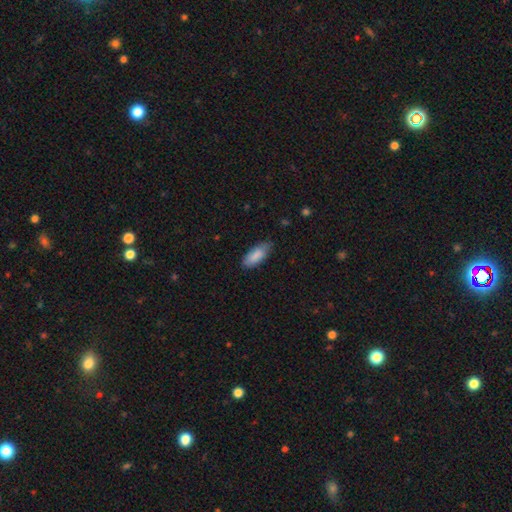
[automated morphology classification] smooth-or-featured: smooth: 86% | featured or disk: 8% | star or artifact: 6%
  how-rounded: in between: 80% | cigar-shaped: 18% | round: 2%
  merging: none: 75% | minor disturbance: 21% | major disturbance: 3% | merger: 1%